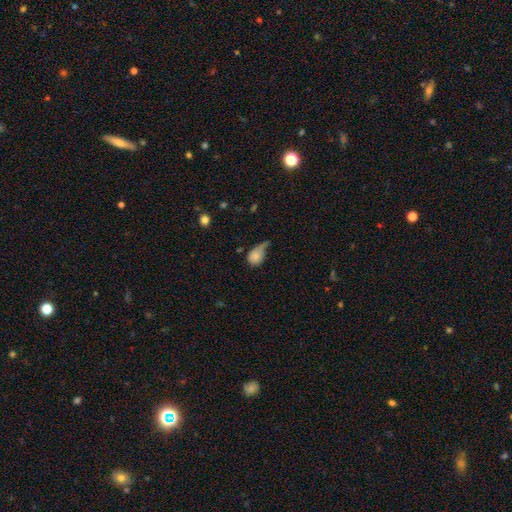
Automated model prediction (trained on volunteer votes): A smooth galaxy with no disk features (76%) that is in between round and cigar-shaped (64%).

Vote fractions:
- Smooth or featured? smooth: 76% / featured or disk: 16% / star or artifact: 8%
- How rounded? in between: 64% / round: 34% / cigar-shaped: 2%
- Merging? major disturbance: 38% / minor disturbance: 33% / none: 21% / merger: 8%